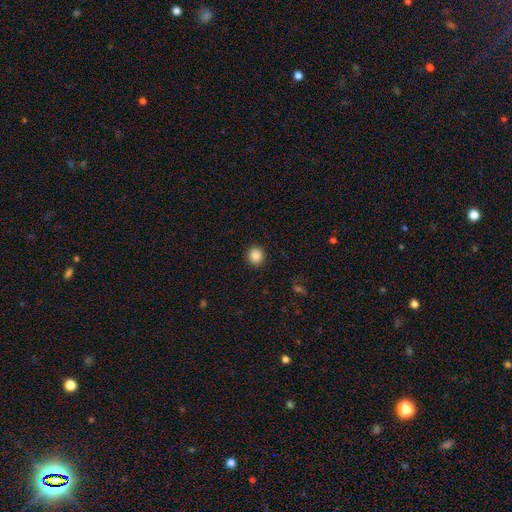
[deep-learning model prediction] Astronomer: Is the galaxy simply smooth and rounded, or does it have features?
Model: smooth — 87%.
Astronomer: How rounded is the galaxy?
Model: round — 88%.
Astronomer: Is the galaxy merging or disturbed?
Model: none — 92%.